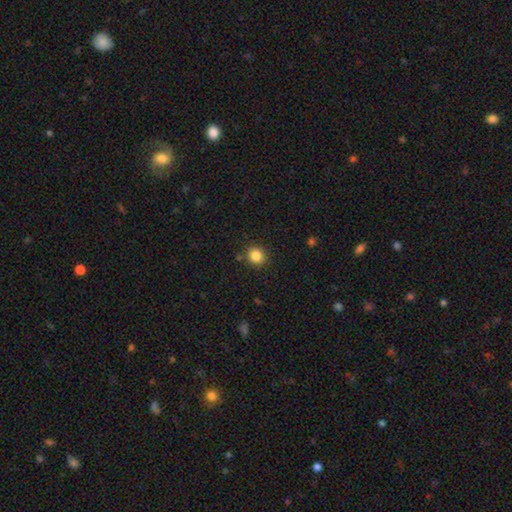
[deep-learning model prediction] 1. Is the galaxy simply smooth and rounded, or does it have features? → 84% smooth, 11% star or artifact, 4% featured or disk.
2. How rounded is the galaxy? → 88% round, 11% in between, 1% cigar-shaped.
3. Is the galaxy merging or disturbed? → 87% none, 8% minor disturbance, 3% merger, 3% major disturbance.